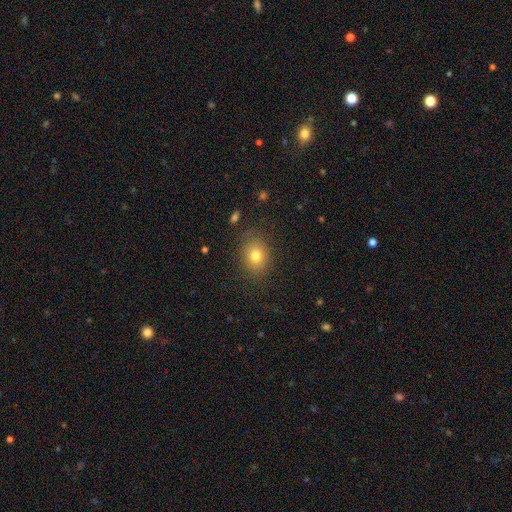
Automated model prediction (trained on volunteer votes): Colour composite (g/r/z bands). It shows a smooth galaxy with no disk features (78%) that is in between round and cigar-shaped (53%). Merging: none (82%).